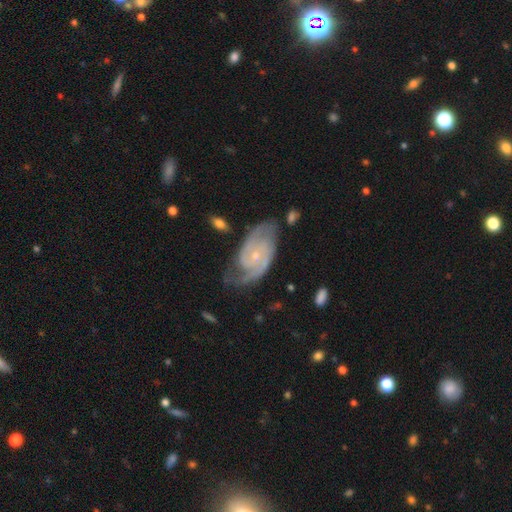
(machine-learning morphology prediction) A featured or disk galaxy (88%) with no bar (65%), 2 (77%) tight (47%) spiral arms (97%) and a small central bulge (75%).

Vote fractions:
- Smooth or featured? featured or disk: 88% / smooth: 7% / star or artifact: 5%
- Edge-on disk? no: 97% / yes: 3%
- Bar? no: 65% / weak: 29% / strong: 6%
- Spiral arms? yes: 97% / no: 3%
- Spiral winding? tight: 47% / medium: 42% / loose: 11%
- Spiral arm count? 2: 77% / can't tell: 9% / 3: 8% / 1: 3% / 4: 2% / more than 4: 2%
- Bulge size? small: 75% / moderate: 20% / none: 3% / large: 1% / dominant: 1%
- Merging? none: 67% / minor disturbance: 22% / major disturbance: 8% / merger: 3%